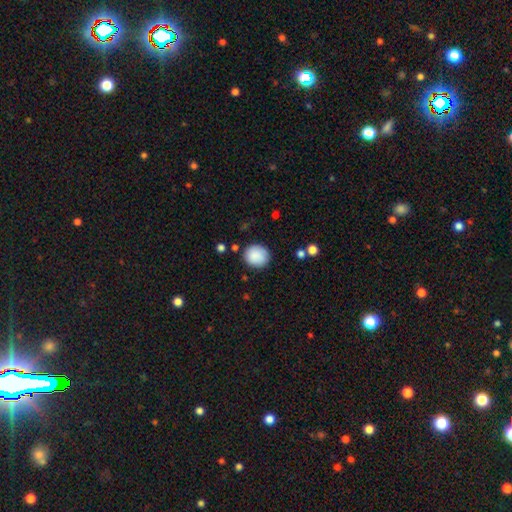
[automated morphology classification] smooth 89%, star or artifact 7%, featured or disk 4%. Down the decision tree: how rounded — round (85%); merging — none (85%).